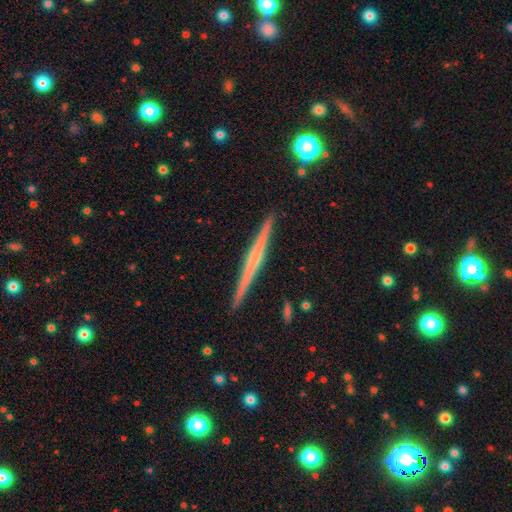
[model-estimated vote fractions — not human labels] Smooth or featured?
  - featured or disk: 73% *
  - smooth: 21%
  - star or artifact: 6%
Edge-on disk?
  - yes: 98% *
  - no: 2%
Edge-on bulge?
  - rounded: 52% *
  - none: 40%
  - boxy: 8%
Merging?
  - none: 92% *
  - minor disturbance: 5%
  - major disturbance: 1%
  - merger: 1%